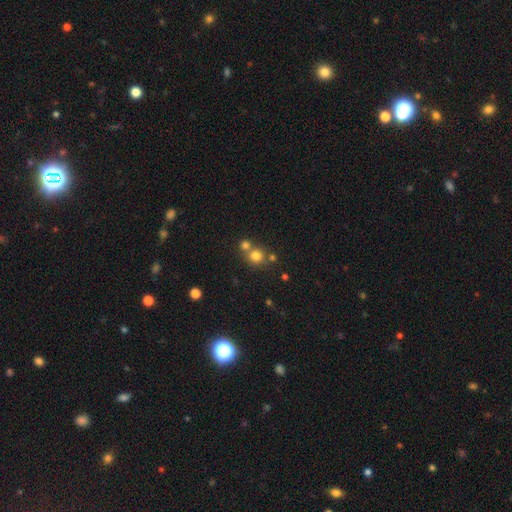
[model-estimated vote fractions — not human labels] Morphology: type=smooth (76%); roundness=round (89%); merging=none (58%).